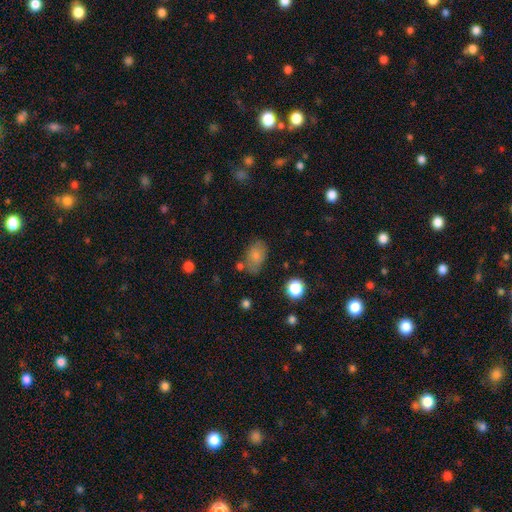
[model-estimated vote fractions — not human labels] Smooth or featured: smooth — 76% (featured or disk — 15%)
How rounded: in between — 86% (round — 13%)
Merging: none — 62% (minor disturbance — 23%)